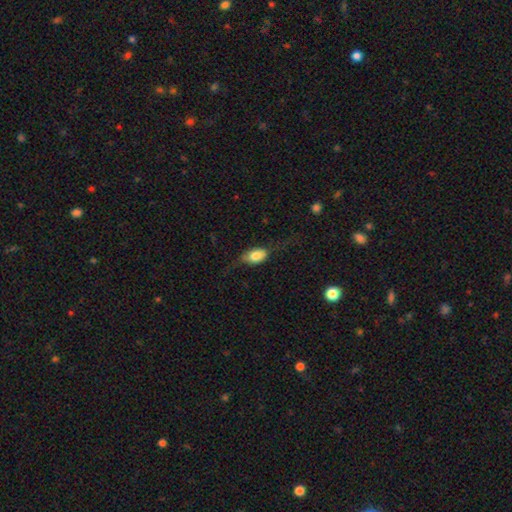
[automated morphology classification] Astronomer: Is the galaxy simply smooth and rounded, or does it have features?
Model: smooth — 70%.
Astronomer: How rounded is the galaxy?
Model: in between — 85%.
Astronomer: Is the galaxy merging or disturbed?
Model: none — 50% (runner-up: minor disturbance, 26%).